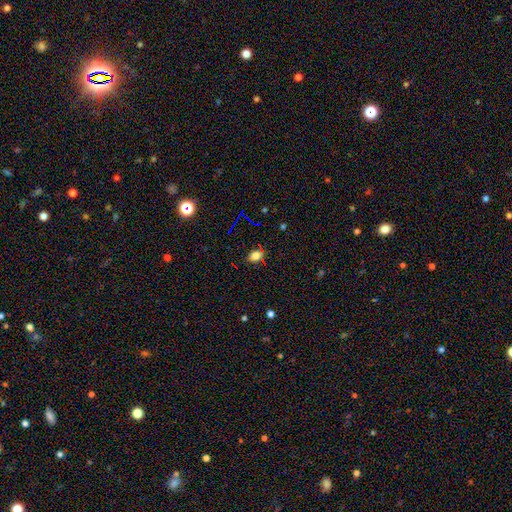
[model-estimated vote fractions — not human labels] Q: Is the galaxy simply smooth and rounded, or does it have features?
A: smooth — 71%.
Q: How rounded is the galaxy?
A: in between — 57%.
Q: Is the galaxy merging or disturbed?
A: none — 81%.